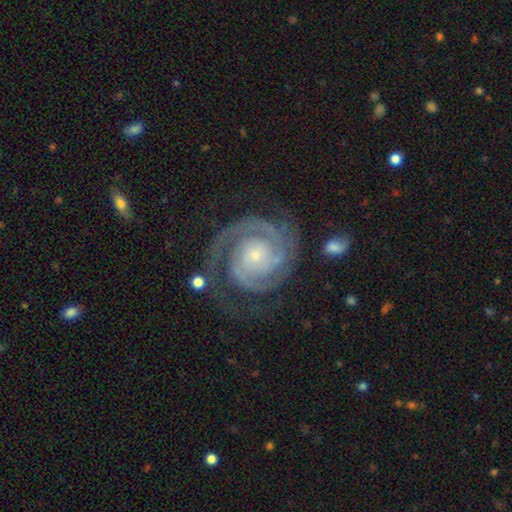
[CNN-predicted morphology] A featured or disk galaxy (92%) with no bar (75%), 2 (66%) tight (76%) spiral arms (98%) and a small central bulge (80%).

Vote fractions:
- Smooth or featured? featured or disk: 92% / star or artifact: 4% / smooth: 3%
- Edge-on disk? no: 98% / yes: 2%
- Bar? no: 75% / weak: 18% / strong: 8%
- Spiral arms? yes: 98% / no: 2%
- Spiral winding? tight: 76% / medium: 21% / loose: 3%
- Spiral arm count? 2: 66% / 3: 16% / can't tell: 7% / 1: 4% / 4: 4% / more than 4: 3%
- Bulge size? small: 80% / moderate: 15% / none: 2% / large: 2% / dominant: 1%
- Merging? none: 72% / minor disturbance: 16% / major disturbance: 10% / merger: 2%